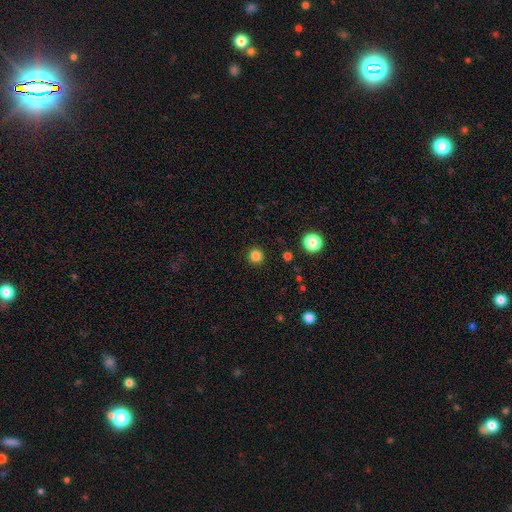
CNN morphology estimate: type=smooth (83%); roundness=round (95%); merging=none (92%).